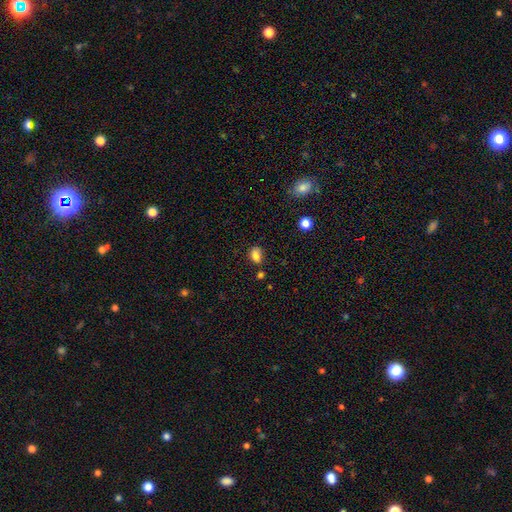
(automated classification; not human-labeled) A smooth galaxy with no disk features (82%) that is in between round and cigar-shaped (69%). Merging: none (68%).